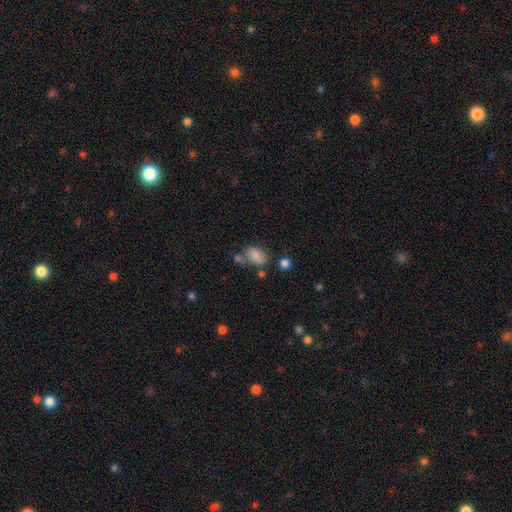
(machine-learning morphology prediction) The model was most divided on "merging": none: 50%, merger: 22%, minor disturbance: 20%, major disturbance: 8%. More confident: how rounded — in between (86%); smooth or featured — smooth (81%).